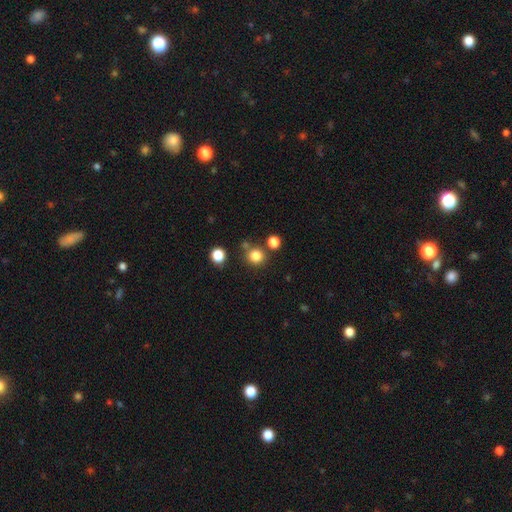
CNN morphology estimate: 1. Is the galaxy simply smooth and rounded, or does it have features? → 81% smooth, 14% star or artifact, 5% featured or disk.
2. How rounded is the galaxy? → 91% round, 8% in between, 1% cigar-shaped.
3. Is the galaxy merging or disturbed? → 78% none, 11% merger, 8% minor disturbance, 3% major disturbance.